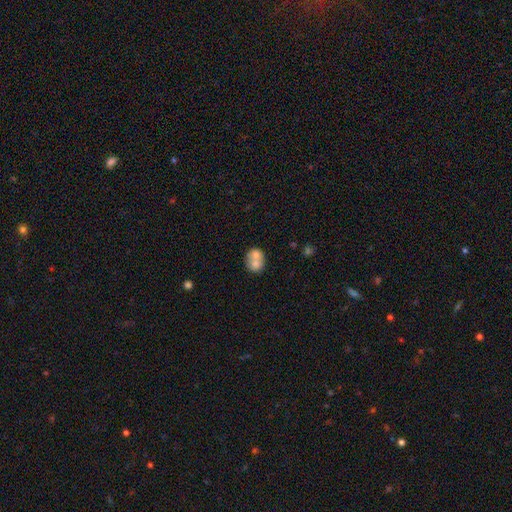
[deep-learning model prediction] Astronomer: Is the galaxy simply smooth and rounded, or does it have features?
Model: smooth — 69%.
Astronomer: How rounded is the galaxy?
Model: round — 65%.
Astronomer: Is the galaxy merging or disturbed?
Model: merger — 60%.